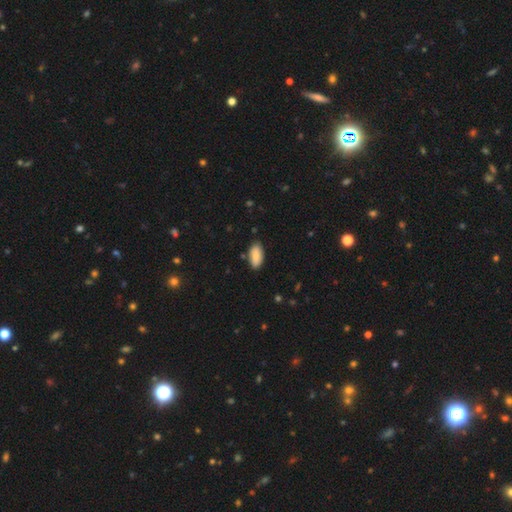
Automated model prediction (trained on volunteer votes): The model was most divided on "smooth or featured": smooth: 82%, featured or disk: 11%, star or artifact: 6%. More confident: how rounded — in between (92%); merging — none (84%).